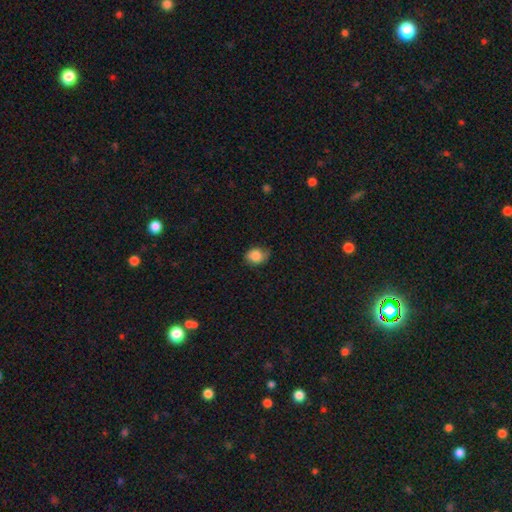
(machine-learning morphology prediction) smooth-or-featured: smooth: 84% | star or artifact: 9% | featured or disk: 7%
  how-rounded: round: 54% | in between: 45% | cigar-shaped: 1%
  merging: none: 67% | minor disturbance: 27% | major disturbance: 5% | merger: 1%